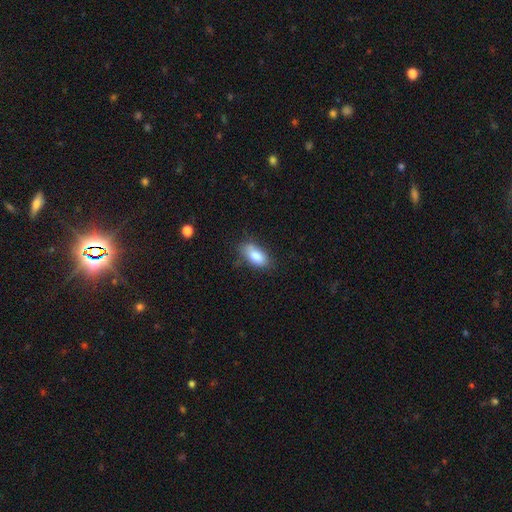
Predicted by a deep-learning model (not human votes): This is clearly a smooth galaxy (83%). How rounded: clearly in between (90%). Merging: likely none (65%).